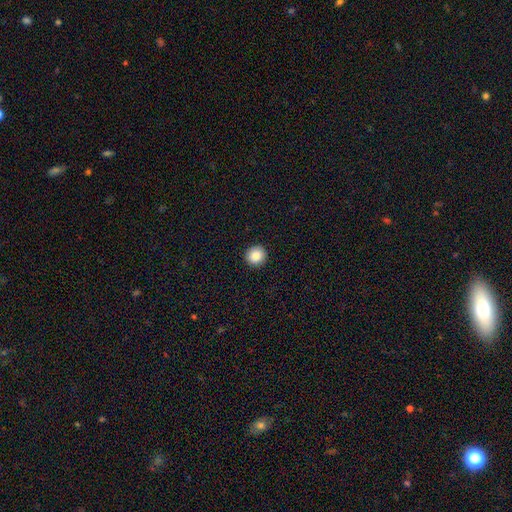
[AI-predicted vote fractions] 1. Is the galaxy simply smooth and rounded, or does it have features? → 88% smooth, 9% star or artifact, 4% featured or disk.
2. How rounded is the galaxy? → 93% round, 6% in between, 1% cigar-shaped.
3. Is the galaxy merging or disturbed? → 93% none, 4% minor disturbance, 2% major disturbance, 1% merger.